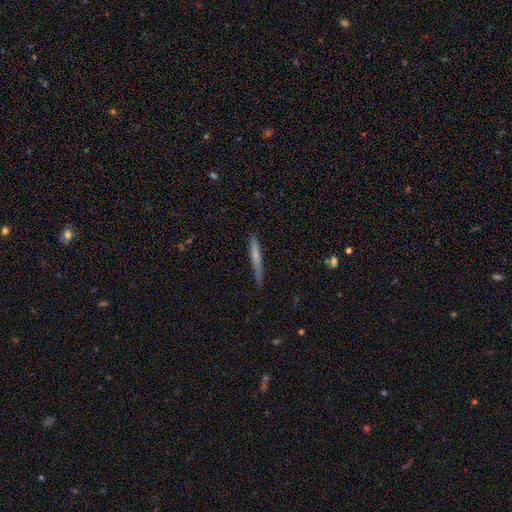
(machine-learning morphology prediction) Q: Smooth or featured?
A: smooth (58%); runner-up: featured or disk (36%)
Q: How rounded?
A: cigar-shaped (96%); runner-up: in between (3%)
Q: Merging?
A: none (82%); runner-up: minor disturbance (14%)